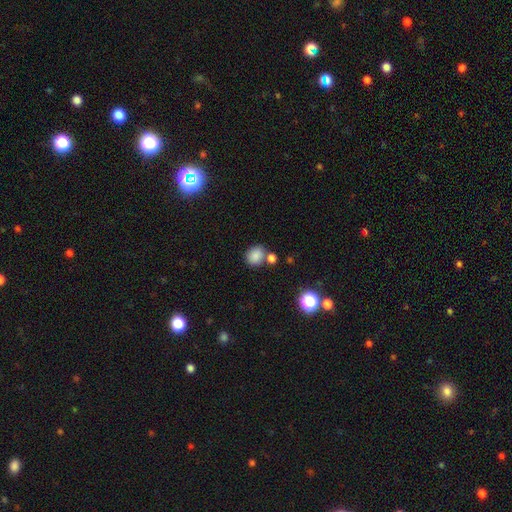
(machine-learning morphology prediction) smooth-or-featured: smooth: 84% | star or artifact: 11% | featured or disk: 5%
  how-rounded: round: 62% | in between: 37% | cigar-shaped: 1%
  merging: none: 64% | merger: 21% | minor disturbance: 12% | major disturbance: 4%